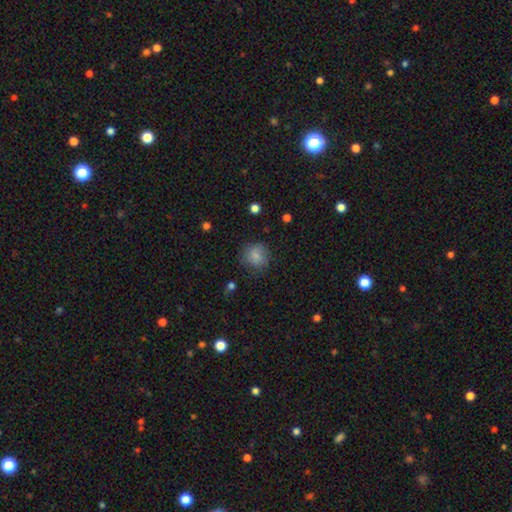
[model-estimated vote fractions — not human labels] Q: Smooth or featured?
A: smooth (81%); runner-up: star or artifact (10%)
Q: How rounded?
A: round (81%); runner-up: in between (18%)
Q: Merging?
A: none (71%); runner-up: minor disturbance (19%)